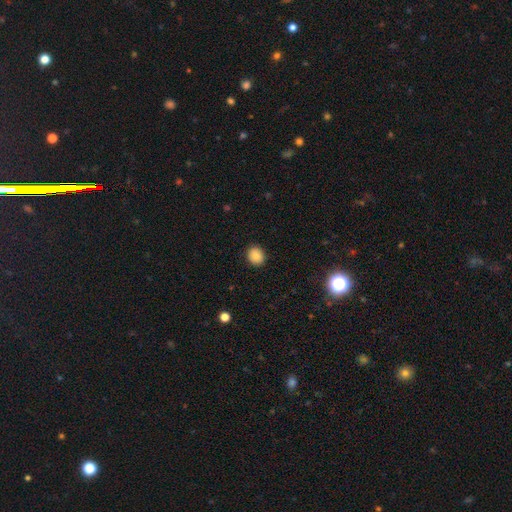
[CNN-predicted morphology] This is clearly a smooth galaxy (87%). How rounded: likely round (72%). Merging: clearly none (90%).